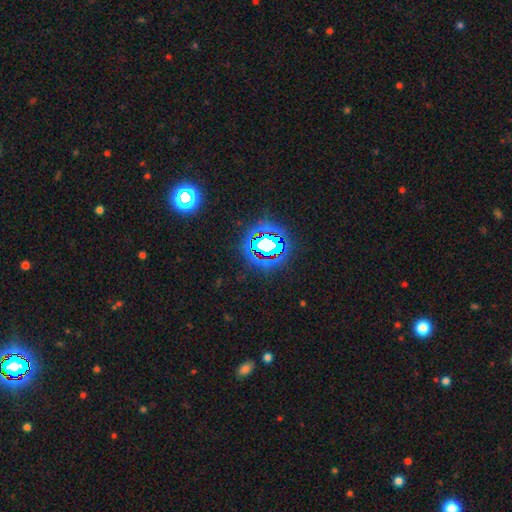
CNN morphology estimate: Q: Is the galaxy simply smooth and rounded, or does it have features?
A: star or artifact — 81%.